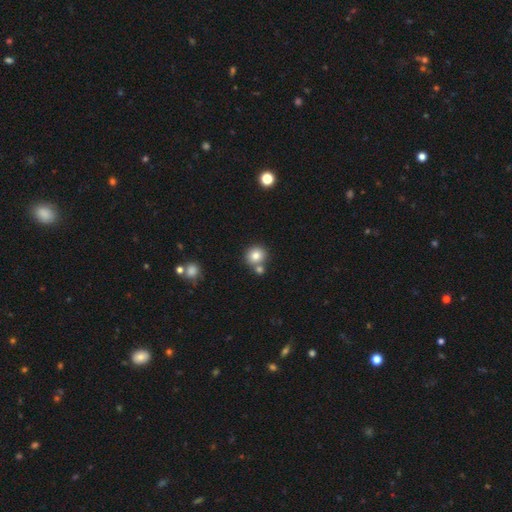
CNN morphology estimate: smooth 80%, star or artifact 11%, featured or disk 9%. Down the decision tree: how rounded — round (88%); merging — none (64%).